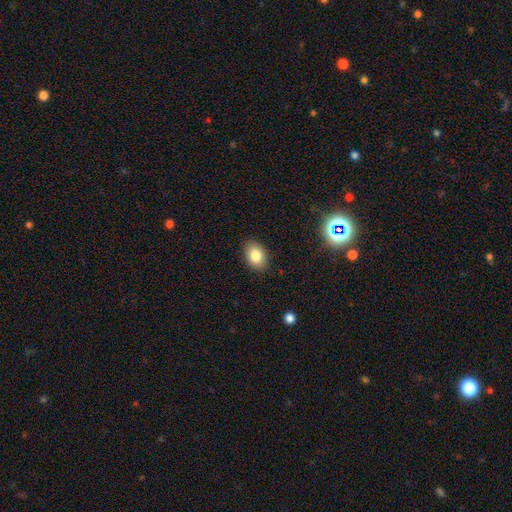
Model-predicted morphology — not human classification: Smooth or featured?
  - smooth: 82% *
  - star or artifact: 9%
  - featured or disk: 8%
How rounded?
  - in between: 81% *
  - round: 18%
  - cigar-shaped: 1%
Merging?
  - none: 87% *
  - minor disturbance: 9%
  - major disturbance: 2%
  - merger: 1%